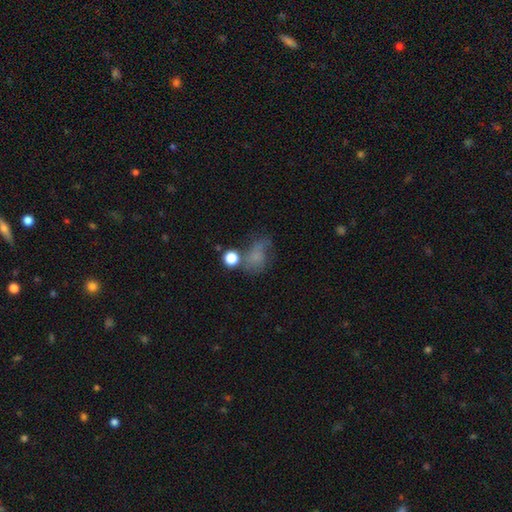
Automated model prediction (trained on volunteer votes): A smooth galaxy with no disk features (60%) that is in between round and cigar-shaped (60%).

Vote fractions:
- Smooth or featured? smooth: 60% / featured or disk: 22% / star or artifact: 19%
- How rounded? in between: 60% / round: 38% / cigar-shaped: 2%
- Merging? none: 37% / major disturbance: 27% / minor disturbance: 24% / merger: 13%